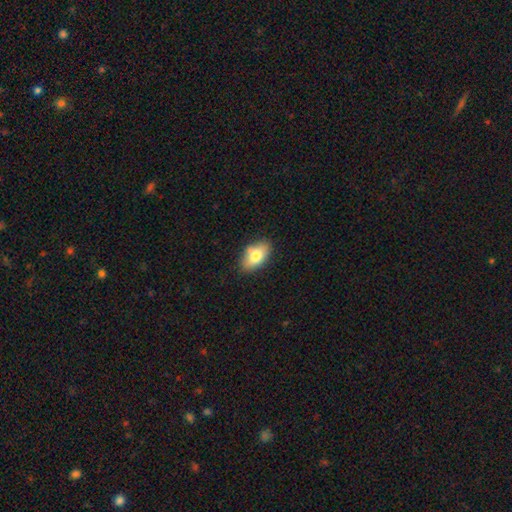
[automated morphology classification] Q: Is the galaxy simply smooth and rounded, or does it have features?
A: smooth — 75%.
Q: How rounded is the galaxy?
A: in between — 91%.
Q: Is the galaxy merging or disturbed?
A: none — 79%.